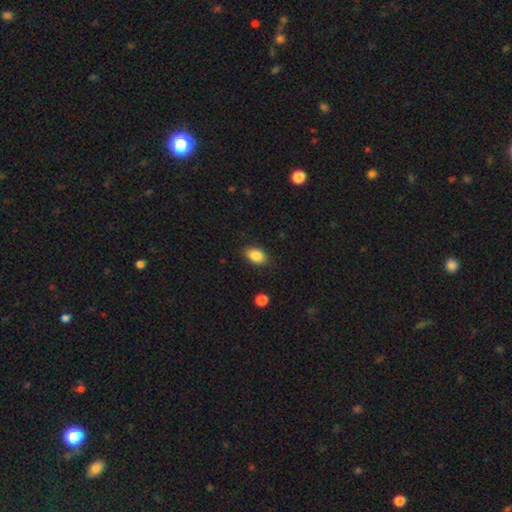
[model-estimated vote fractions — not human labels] Smooth or featured: smooth — 87% (star or artifact — 8%)
How rounded: in between — 88% (round — 10%)
Merging: none — 85% (minor disturbance — 11%)